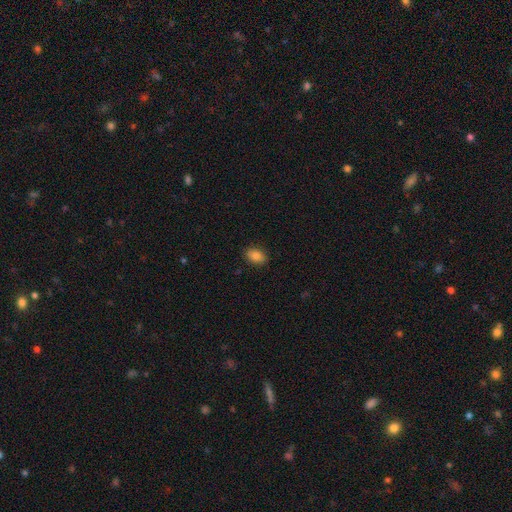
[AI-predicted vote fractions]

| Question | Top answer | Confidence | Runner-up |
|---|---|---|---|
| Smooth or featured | smooth | 84% | star or artifact (9%) |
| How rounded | in between | 78% | round (21%) |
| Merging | none | 88% | minor disturbance (9%) |